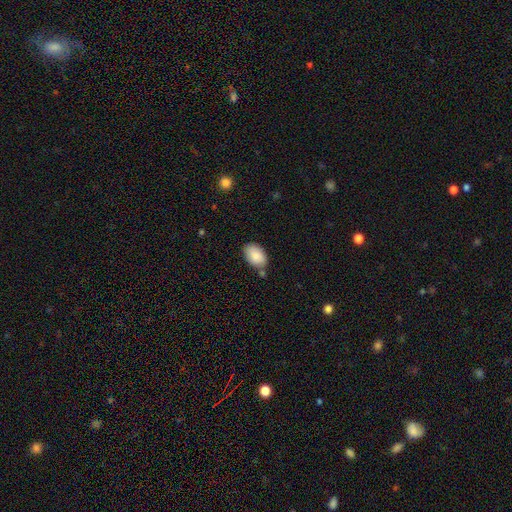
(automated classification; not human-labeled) Smooth or featured: smooth — 86% (featured or disk — 8%)
How rounded: in between — 91% (round — 8%)
Merging: none — 74% (minor disturbance — 16%)